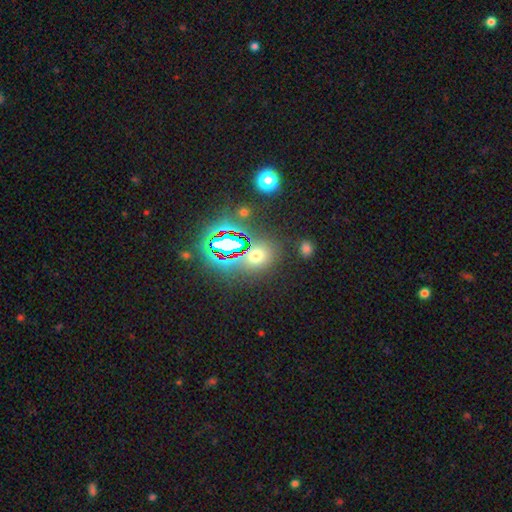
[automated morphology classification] type=smooth (51%); roundness=round (61%); merging=none (77%).